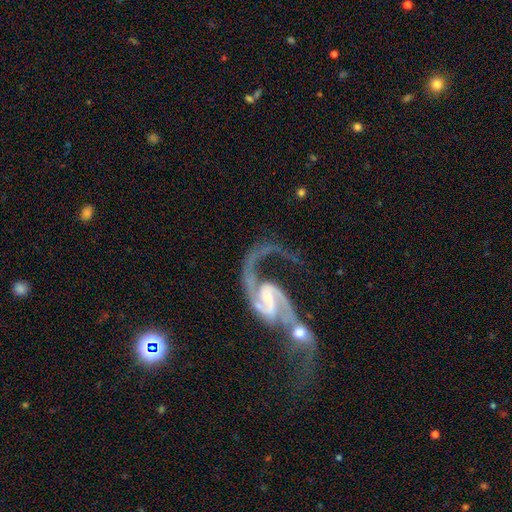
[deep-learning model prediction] A featured or disk galaxy (90%) with a weak bar (45%), 2 (86%) loose (46%) spiral arms (97%) and a small central bulge (49%).

Vote fractions:
- Smooth or featured? featured or disk: 90% / star or artifact: 6% / smooth: 4%
- Edge-on disk? no: 97% / yes: 3%
- Bar? weak: 45% / strong: 28% / no: 26%
- Spiral arms? yes: 97% / no: 3%
- Spiral winding? loose: 46% / medium: 42% / tight: 11%
- Spiral arm count? 2: 86% / 1: 7% / can't tell: 3% / 3: 2% / 4: 1% / more than 4: 1%
- Bulge size? small: 49% / moderate: 24% / none: 21% / large: 4% / dominant: 2%
- Merging? merger: 39% / none: 27% / major disturbance: 23% / minor disturbance: 12%